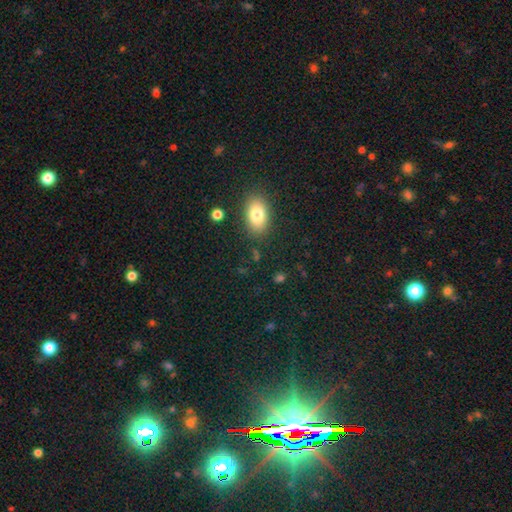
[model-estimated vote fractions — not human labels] Overall: smooth (77%). How rounded: in between (84%). Merging: none (87%).